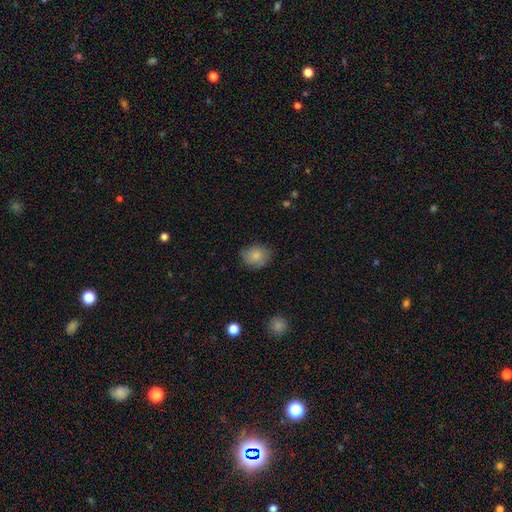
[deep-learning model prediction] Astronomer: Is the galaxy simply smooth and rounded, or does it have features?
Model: smooth — 83%.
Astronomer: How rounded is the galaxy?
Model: round — 58% (runner-up: in between, 41%).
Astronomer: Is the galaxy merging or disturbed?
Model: none — 77%.